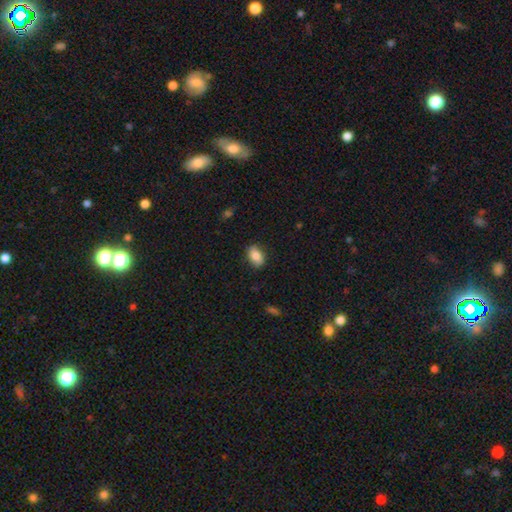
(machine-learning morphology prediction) type=smooth (80%); roundness=in between (86%); merging=none (84%).